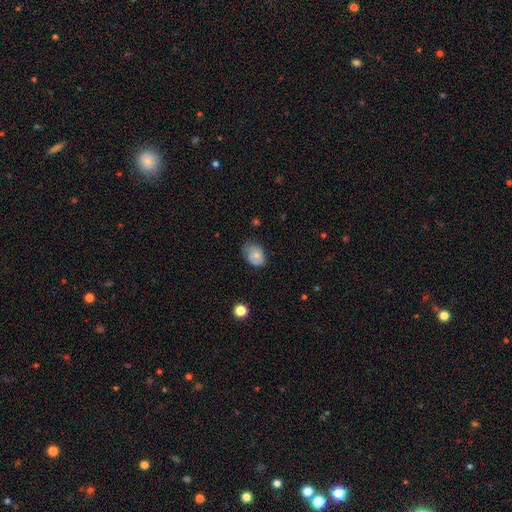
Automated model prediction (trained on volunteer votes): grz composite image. It shows a smooth galaxy with no disk features (68%) that is in between round and cigar-shaped (74%). Merging: none (55%).